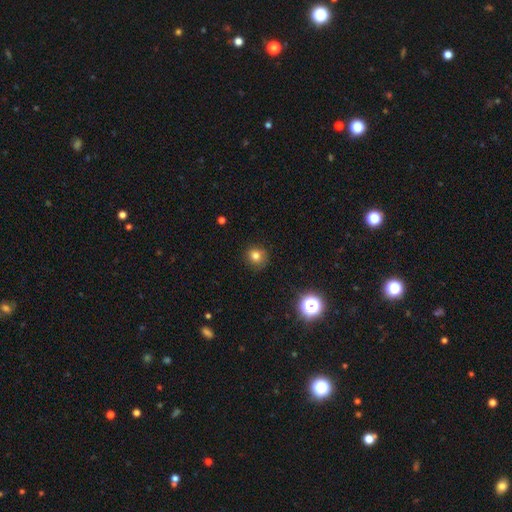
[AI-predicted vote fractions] smooth 79%, star or artifact 15%, featured or disk 6%. Down the decision tree: how rounded — round (84%); merging — none (85%).